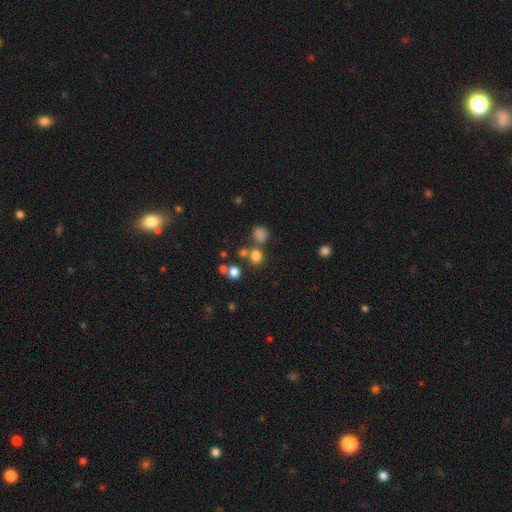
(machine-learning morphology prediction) smooth_or_featured: smooth (p=0.75) [alt: star or artifact p=0.18]
how_rounded: round (p=0.83) [alt: in between p=0.16]
merging: none (p=0.66) [alt: merger p=0.21]